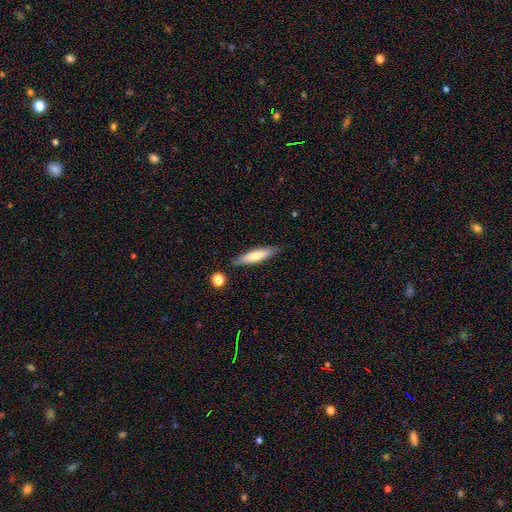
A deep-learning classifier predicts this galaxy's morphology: Smooth or featured? Predicted: smooth (p=0.69). How rounded? Predicted: cigar-shaped (p=0.79). Merging? Predicted: none (p=0.85).